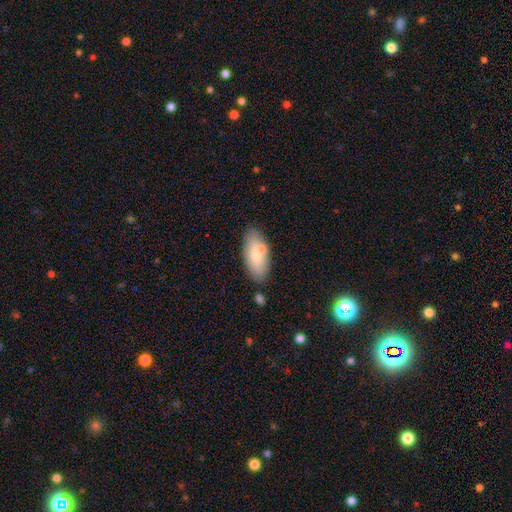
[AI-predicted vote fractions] smooth 75%, featured or disk 18%, star or artifact 7%. Down the decision tree: how rounded — in between (86%); merging — none (73%).